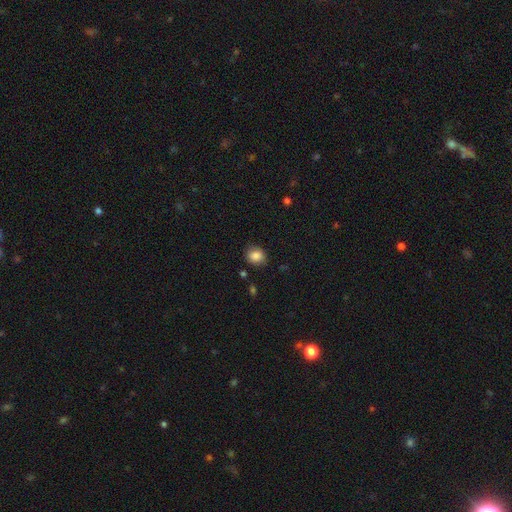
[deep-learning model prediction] This is clearly a smooth galaxy (86%). How rounded: likely round (67%). Merging: clearly none (83%).